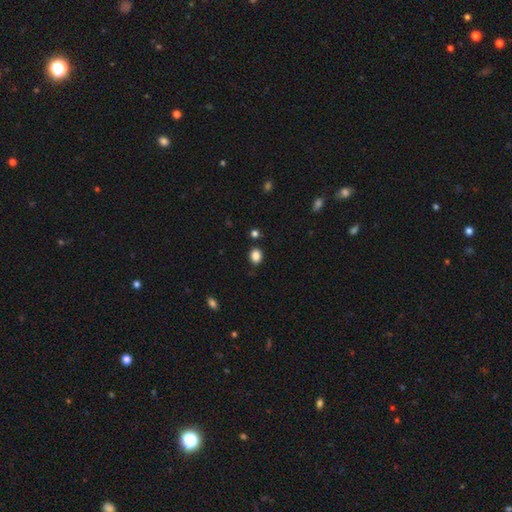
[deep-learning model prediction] A smooth galaxy with no disk features (86%) that is in between round and cigar-shaped (54%).

Vote fractions:
- Smooth or featured? smooth: 86% / star or artifact: 10% / featured or disk: 4%
- How rounded? in between: 54% / round: 45% / cigar-shaped: 1%
- Merging? none: 83% / minor disturbance: 11% / merger: 3% / major disturbance: 3%